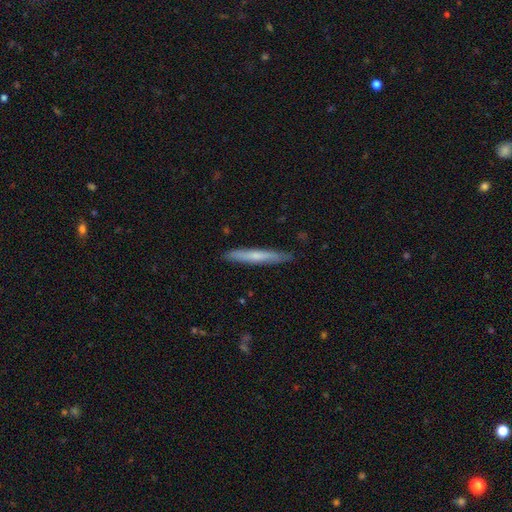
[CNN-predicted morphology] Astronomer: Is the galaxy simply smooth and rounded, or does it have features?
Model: smooth — 58% (runner-up: featured or disk, 37%).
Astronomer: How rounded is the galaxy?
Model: cigar-shaped — 96%.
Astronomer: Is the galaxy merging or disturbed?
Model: none — 88%.